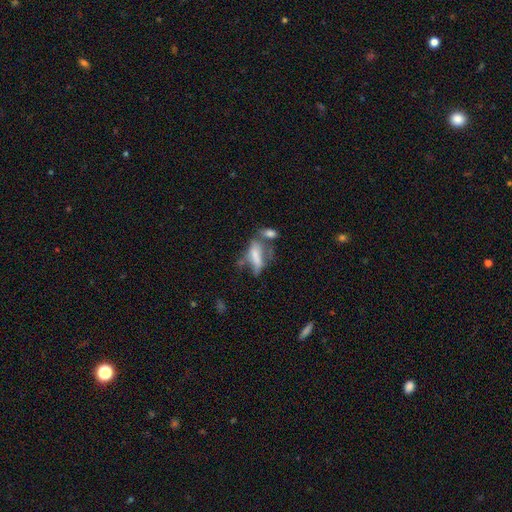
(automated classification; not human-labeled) This is possibly a smooth galaxy (57%). How rounded: likely in between (64%). Merging: marginally merger (32%).